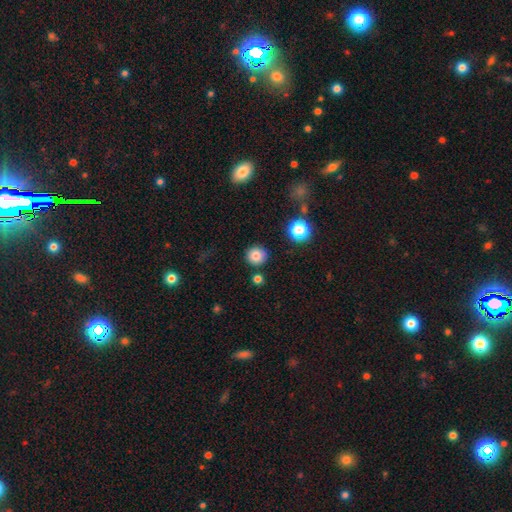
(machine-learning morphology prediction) This appears to be a smooth galaxy with no disk features (81%) that is round (93%). Merging: none (87%).